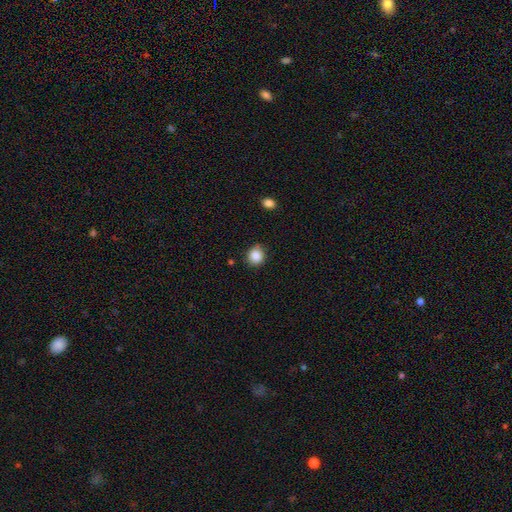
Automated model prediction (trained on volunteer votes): Smooth or featured? smooth (85%)
How rounded? round (82%)
Merging? none (81%)